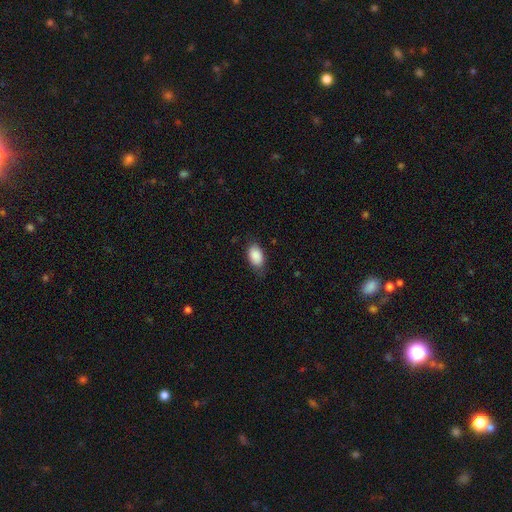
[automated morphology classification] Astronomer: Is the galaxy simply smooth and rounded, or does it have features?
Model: smooth — 89%.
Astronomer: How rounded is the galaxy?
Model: in between — 92%.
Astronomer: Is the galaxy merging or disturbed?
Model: none — 73%.